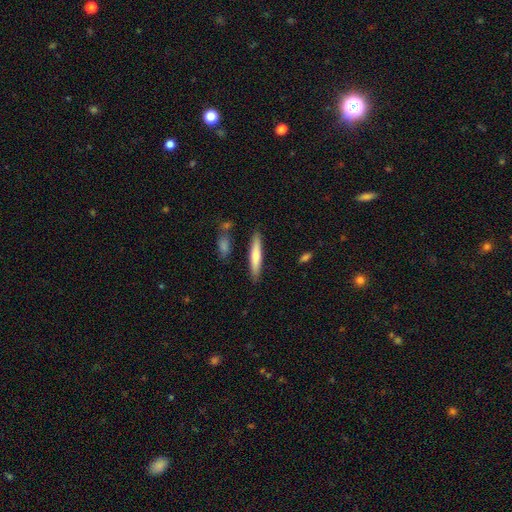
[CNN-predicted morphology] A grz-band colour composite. It shows a smooth galaxy with no disk features (71%) that is cigar-shaped (89%). Merging: none (86%).